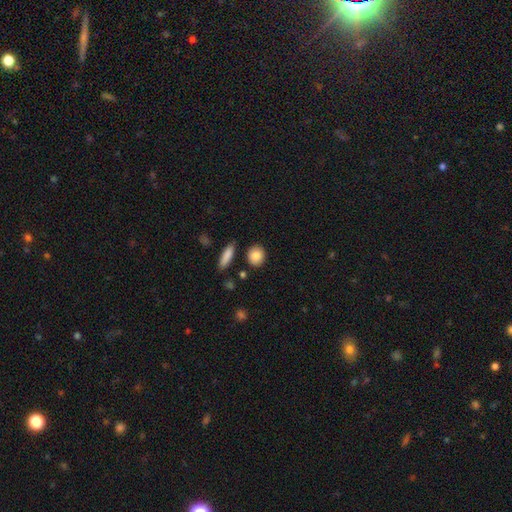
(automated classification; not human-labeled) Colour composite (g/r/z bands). It shows a smooth galaxy with no disk features (86%) that is round (69%). Merging: none (85%).